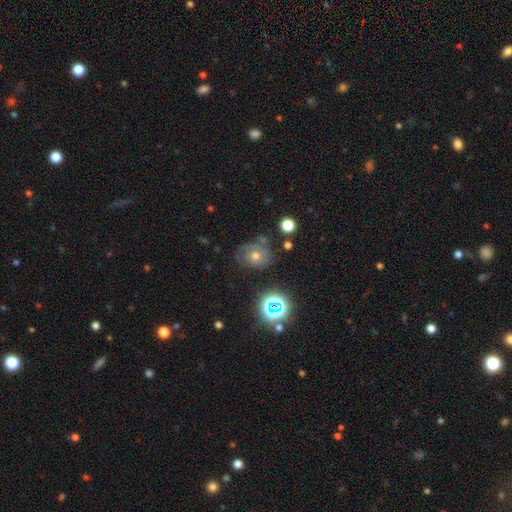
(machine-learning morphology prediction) This appears to be a featured or disk galaxy (42%). Merging: none (67%).